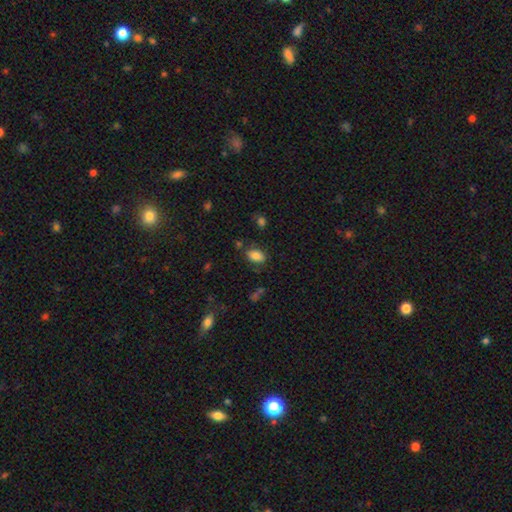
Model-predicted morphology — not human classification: type=smooth (83%); roundness=in between (89%); merging=none (75%).